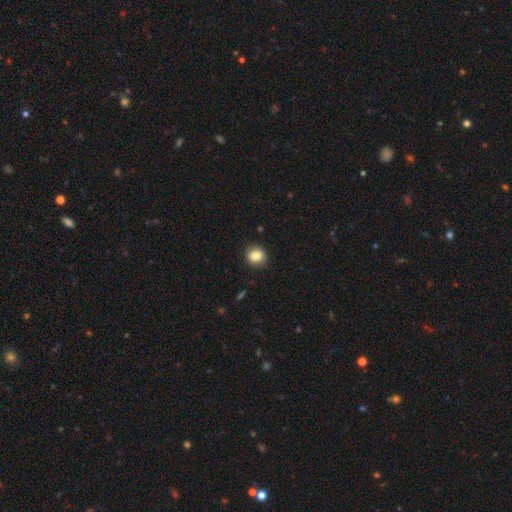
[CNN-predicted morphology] smooth_or_featured: smooth (p=0.84) [alt: star or artifact p=0.09]
how_rounded: round (p=0.83) [alt: in between p=0.16]
merging: none (p=0.89) [alt: minor disturbance p=0.08]